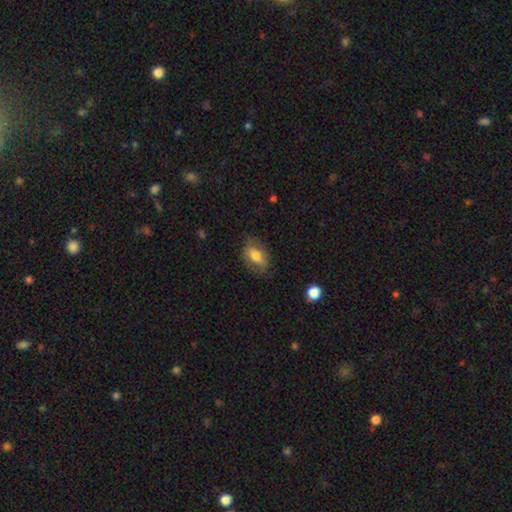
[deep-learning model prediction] A smooth galaxy with no disk features (70%) that is in between round and cigar-shaped (86%). Merging: none (75%).